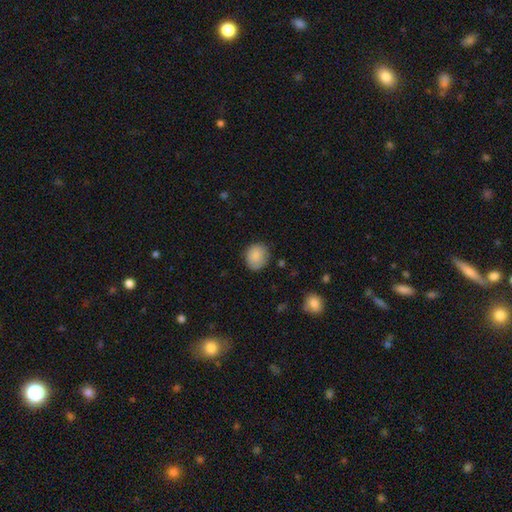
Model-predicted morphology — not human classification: This is clearly a smooth galaxy (87%). How rounded: likely round (72%). Merging: likely none (78%).